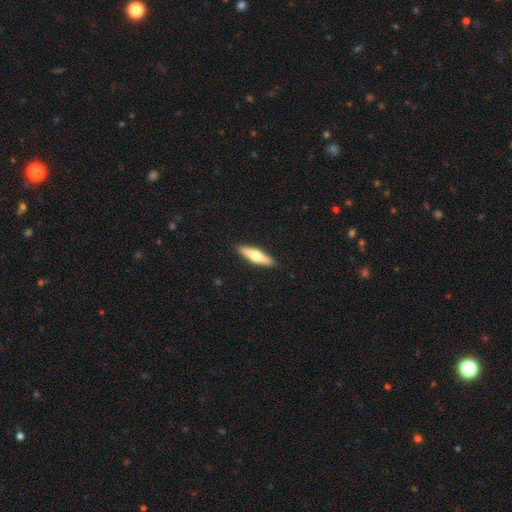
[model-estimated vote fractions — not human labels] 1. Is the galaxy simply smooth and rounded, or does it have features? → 52% smooth, 43% featured or disk, 5% star or artifact.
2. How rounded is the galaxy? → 68% cigar-shaped, 30% in between, 2% round.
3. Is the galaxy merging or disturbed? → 90% none, 7% minor disturbance, 2% major disturbance, 1% merger.